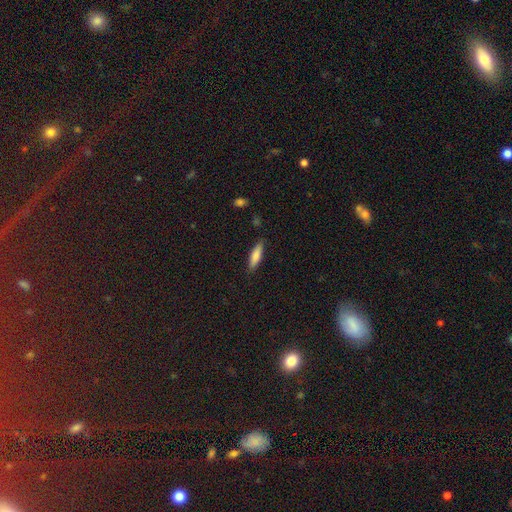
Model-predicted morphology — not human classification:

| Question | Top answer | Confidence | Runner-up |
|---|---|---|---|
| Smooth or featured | smooth | 77% | featured or disk (17%) |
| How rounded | cigar-shaped | 66% | in between (32%) |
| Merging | none | 86% | minor disturbance (10%) |